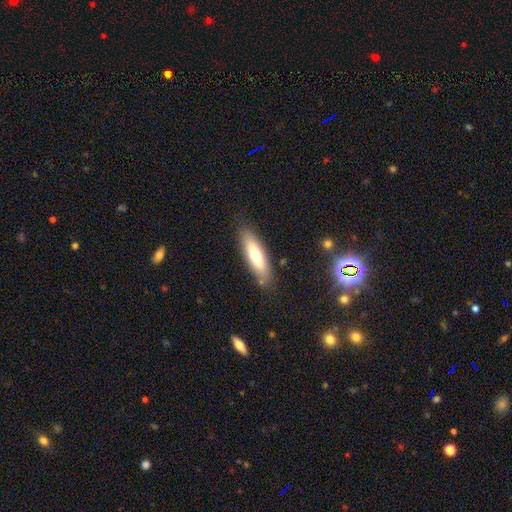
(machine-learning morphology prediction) This appears to be a smooth galaxy with no disk features (64%) that is cigar-shaped (57%). Merging: none (84%).